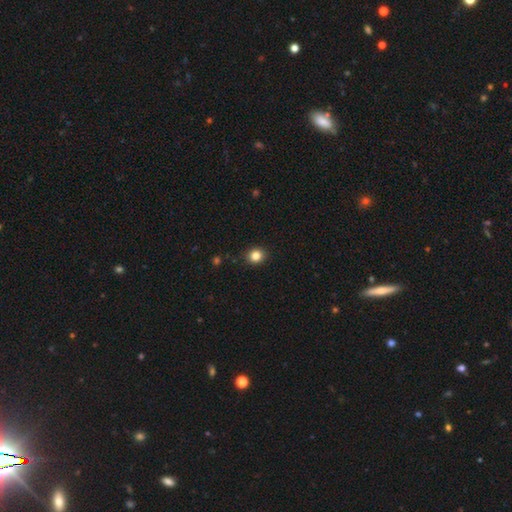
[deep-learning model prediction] A smooth galaxy with no disk features (84%) that is round (79%). Merging: none (89%).